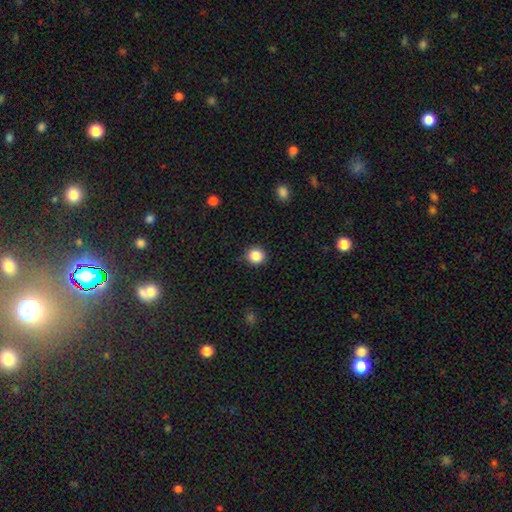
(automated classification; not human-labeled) Smooth or featured: smooth — 86% (star or artifact — 10%)
How rounded: round — 90% (in between — 9%)
Merging: none — 89% (minor disturbance — 8%)